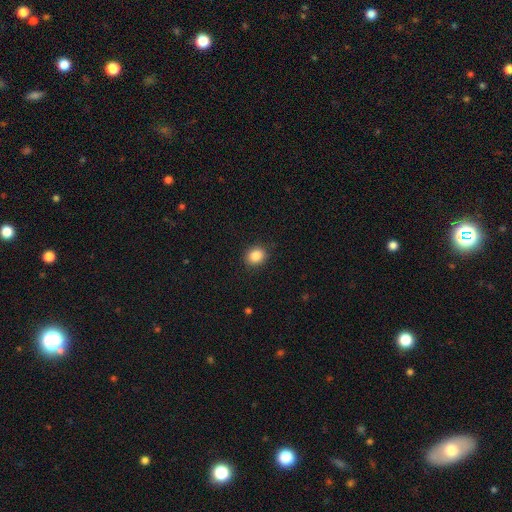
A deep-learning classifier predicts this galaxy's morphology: Smooth or featured? smooth (87%)
How rounded? round (65%)
Merging? none (89%)